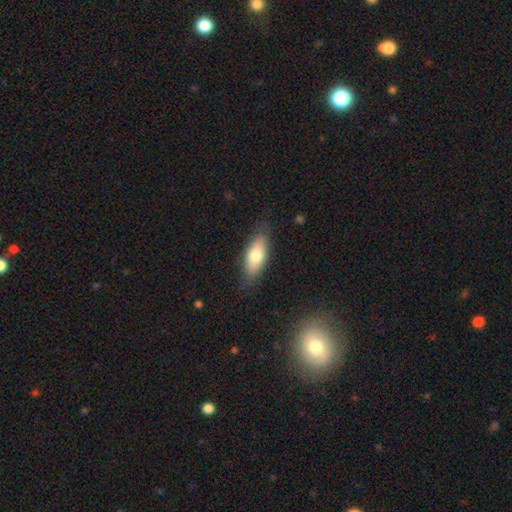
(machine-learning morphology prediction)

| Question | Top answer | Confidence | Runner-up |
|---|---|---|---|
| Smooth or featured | smooth | 73% | featured or disk (20%) |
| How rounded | in between | 78% | cigar-shaped (19%) |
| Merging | none | 81% | minor disturbance (14%) |